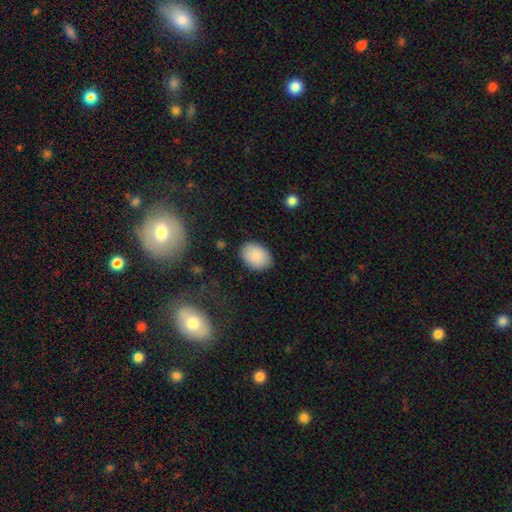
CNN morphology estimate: smooth 88%, star or artifact 7%, featured or disk 5%. Down the decision tree: how rounded — in between (78%); merging — none (85%).